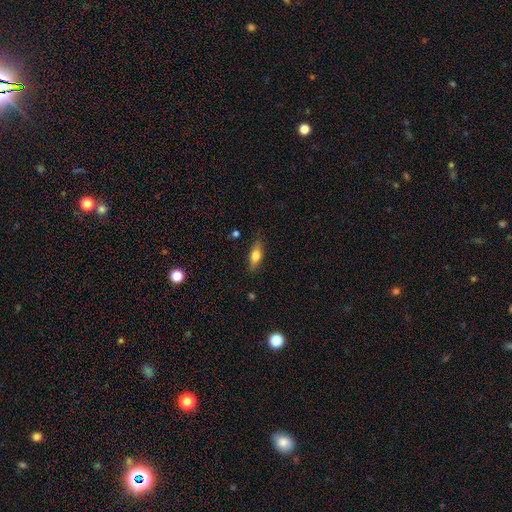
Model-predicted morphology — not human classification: A smooth galaxy with no disk features (67%) that is in between round and cigar-shaped (69%).

Vote fractions:
- Smooth or featured? smooth: 67% / featured or disk: 25% / star or artifact: 8%
- How rounded? in between: 69% / cigar-shaped: 27% / round: 5%
- Merging? none: 79% / minor disturbance: 16% / major disturbance: 3% / merger: 1%